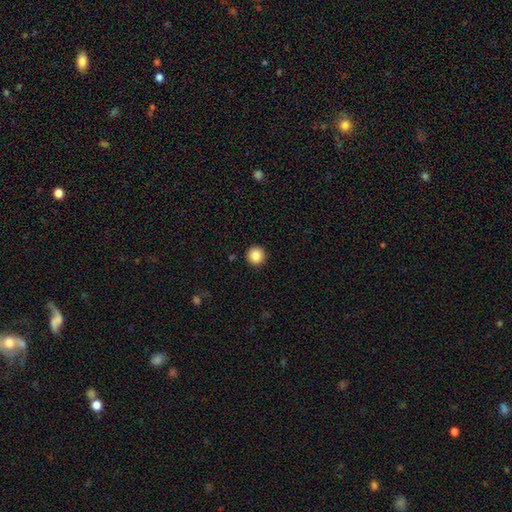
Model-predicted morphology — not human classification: Smooth or featured?
  - smooth: 85% *
  - star or artifact: 9%
  - featured or disk: 5%
How rounded?
  - round: 96% *
  - in between: 3%
  - cigar-shaped: 1%
Merging?
  - none: 93% *
  - minor disturbance: 4%
  - major disturbance: 2%
  - merger: 1%